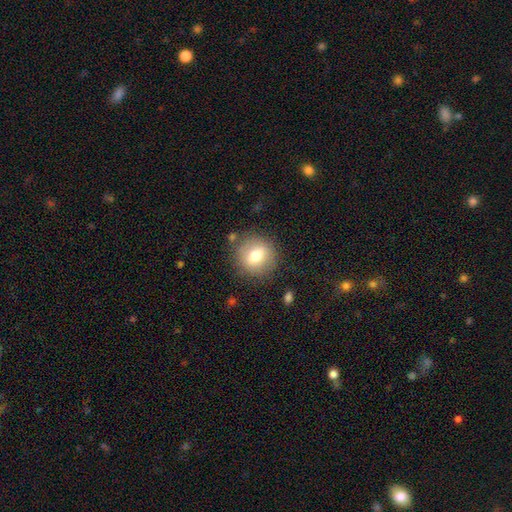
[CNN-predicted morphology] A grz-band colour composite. It shows a smooth galaxy with no disk features (69%) that is round (86%). Merging: none (84%).